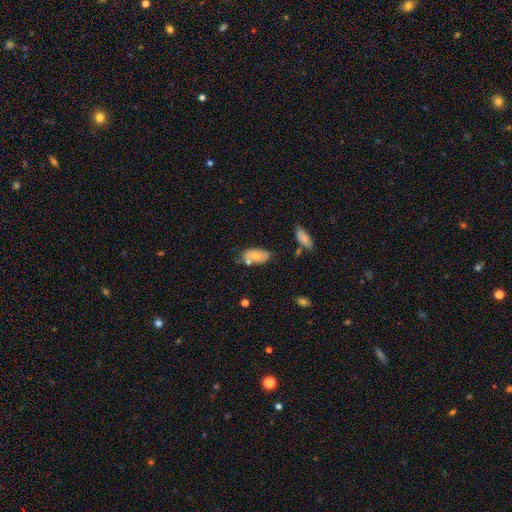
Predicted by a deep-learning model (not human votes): The model was most divided on "merging": none: 58%, minor disturbance: 21%, merger: 16%, major disturbance: 5%. More confident: how rounded — in between (92%); smooth or featured — smooth (68%).